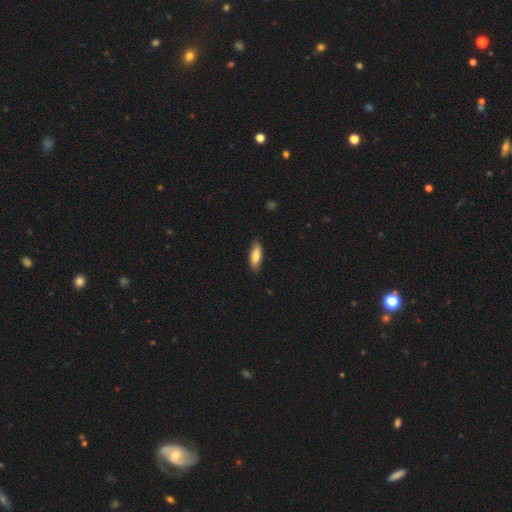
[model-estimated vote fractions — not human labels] The model was most divided on "how rounded": in between: 63%, cigar-shaped: 35%, round: 2%. More confident: merging — none (85%); smooth or featured — smooth (79%).